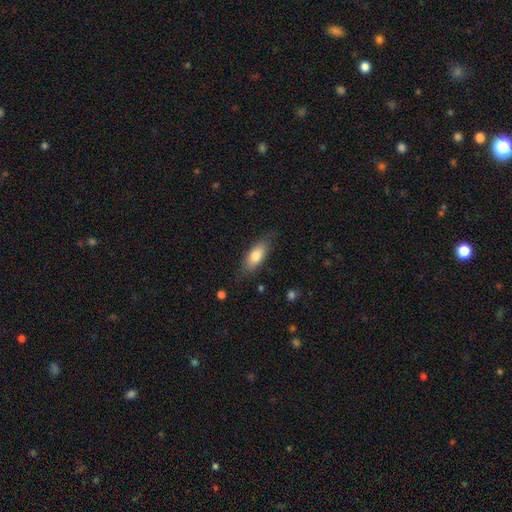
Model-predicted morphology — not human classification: Q: Smooth or featured?
A: smooth (77%); runner-up: featured or disk (16%)
Q: How rounded?
A: in between (79%); runner-up: cigar-shaped (18%)
Q: Merging?
A: none (77%); runner-up: minor disturbance (17%)